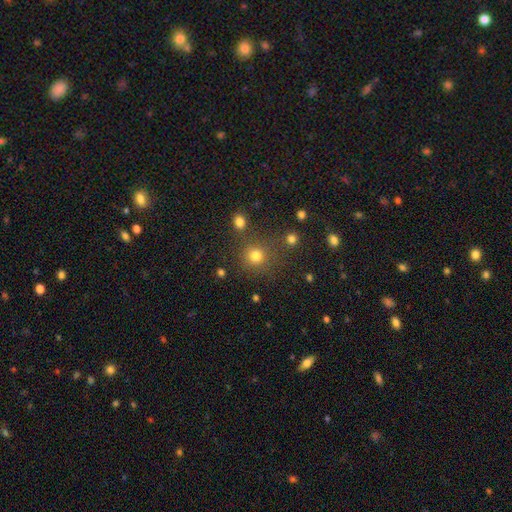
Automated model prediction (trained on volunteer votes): This appears to be a smooth galaxy with no disk features (78%) that is round (91%). Merging: none (77%).